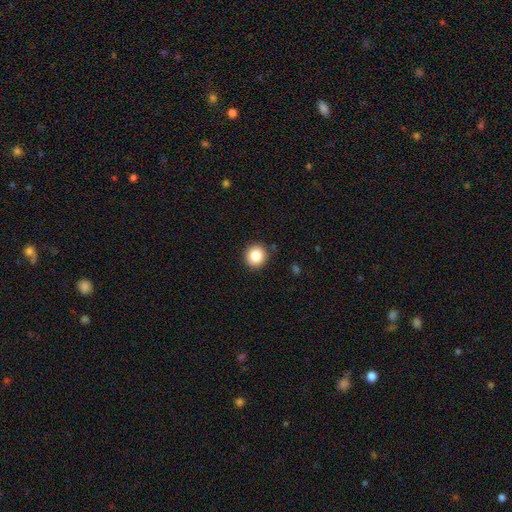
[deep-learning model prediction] Smooth or featured? Predicted: smooth (p=0.85). How rounded? Predicted: round (p=0.91). Merging? Predicted: none (p=0.91).